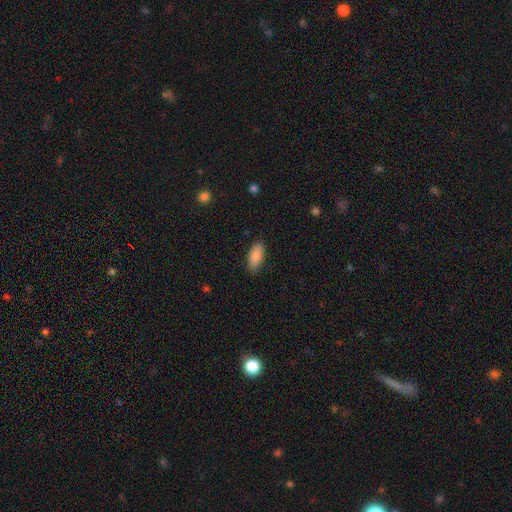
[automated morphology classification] smooth 88%, star or artifact 6%, featured or disk 6%. Down the decision tree: how rounded — in between (86%); merging — none (87%).